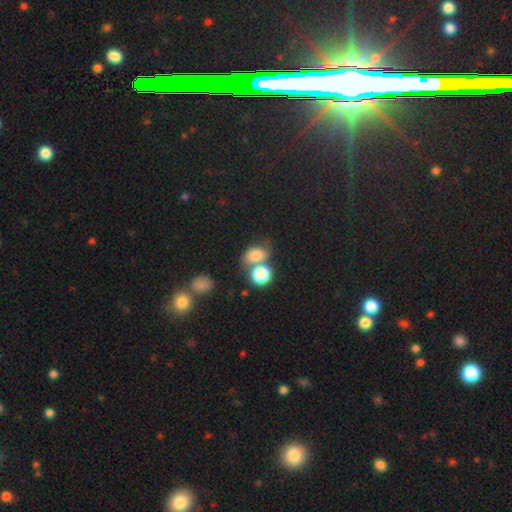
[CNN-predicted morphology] Smooth or featured? smooth (75%)
How rounded? in between (63%)
Merging? none (45%)